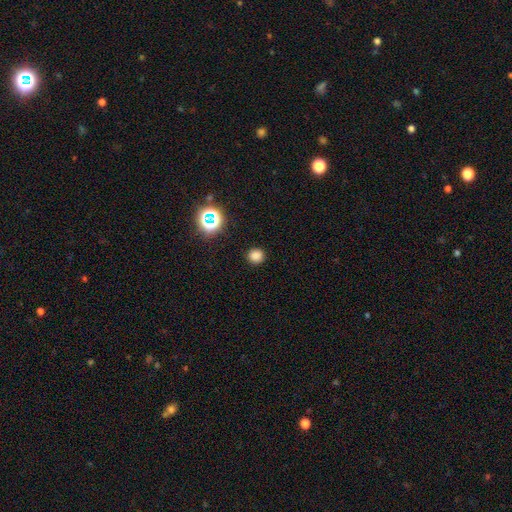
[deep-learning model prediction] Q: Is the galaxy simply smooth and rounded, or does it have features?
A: smooth — 79%.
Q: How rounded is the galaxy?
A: round — 88%.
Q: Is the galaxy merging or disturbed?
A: none — 90%.